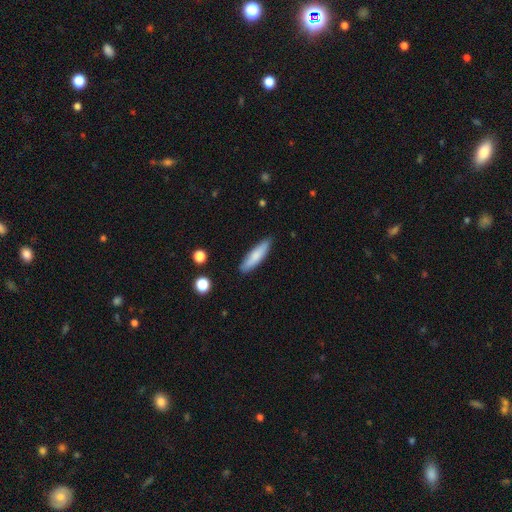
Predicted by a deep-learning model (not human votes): A smooth galaxy with no disk features (78%) that is cigar-shaped (73%).

Vote fractions:
- Smooth or featured? smooth: 78% / featured or disk: 16% / star or artifact: 6%
- How rounded? cigar-shaped: 73% / in between: 25% / round: 2%
- Merging? none: 88% / minor disturbance: 9% / major disturbance: 2% / merger: 1%